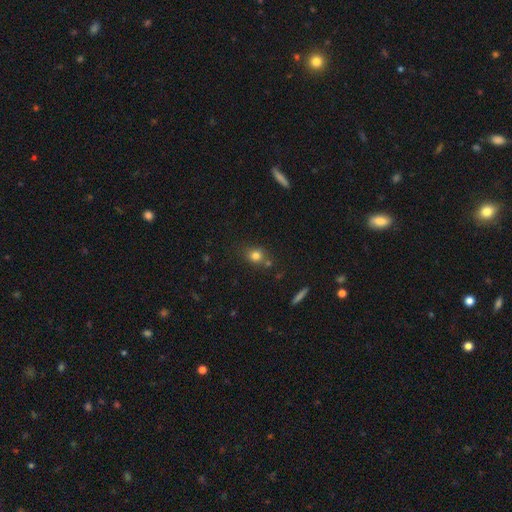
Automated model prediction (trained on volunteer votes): Q: Smooth or featured?
A: smooth (78%); runner-up: star or artifact (14%)
Q: How rounded?
A: round (69%); runner-up: in between (29%)
Q: Merging?
A: none (69%); runner-up: merger (14%)